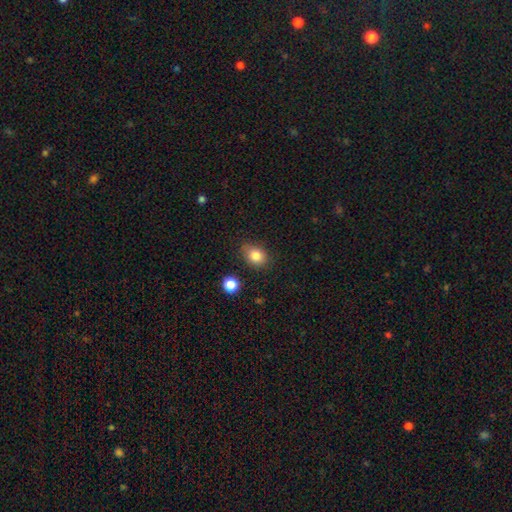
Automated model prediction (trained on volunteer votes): A smooth galaxy with no disk features (84%) that is in between round and cigar-shaped (58%). Merging: none (76%).